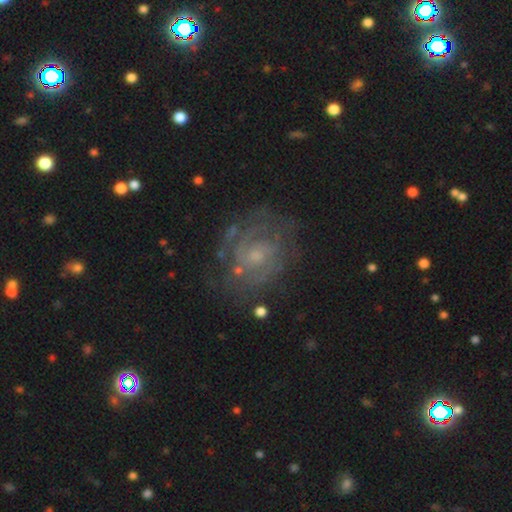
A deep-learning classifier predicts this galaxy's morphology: Overall: featured or disk (77%). Edge-on disk: no (98%). Bar: no (68%; weak 28%). Spiral arms: yes (81%). Spiral arm count: can't tell (43%; 2 29%). Spiral winding: tight (56%; medium 33%). Bulge size: small (51%; moderate 34%). Merging: none (67%).